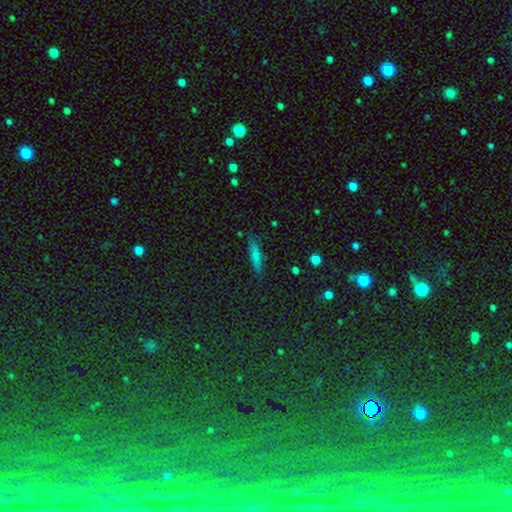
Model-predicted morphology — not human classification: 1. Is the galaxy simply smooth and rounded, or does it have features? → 69% smooth, 21% featured or disk, 10% star or artifact.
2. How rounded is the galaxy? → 78% cigar-shaped, 19% in between, 2% round.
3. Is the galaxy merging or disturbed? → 82% none, 13% minor disturbance, 3% major disturbance, 2% merger.